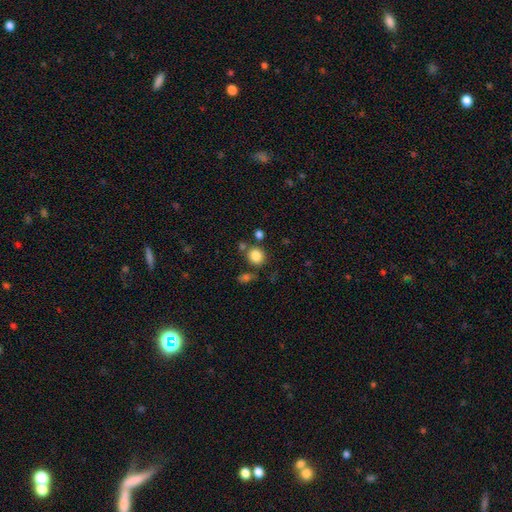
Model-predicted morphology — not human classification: A smooth galaxy with no disk features (84%) that is round (78%). Merging: none (72%).